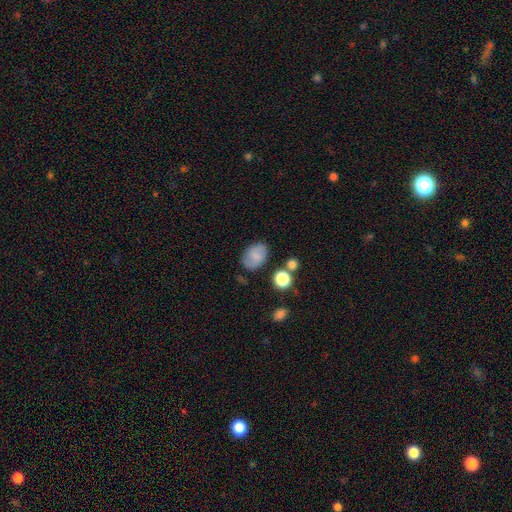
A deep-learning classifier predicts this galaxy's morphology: A smooth galaxy with no disk features (73%) that is in between round and cigar-shaped (79%). Merging: none (74%).